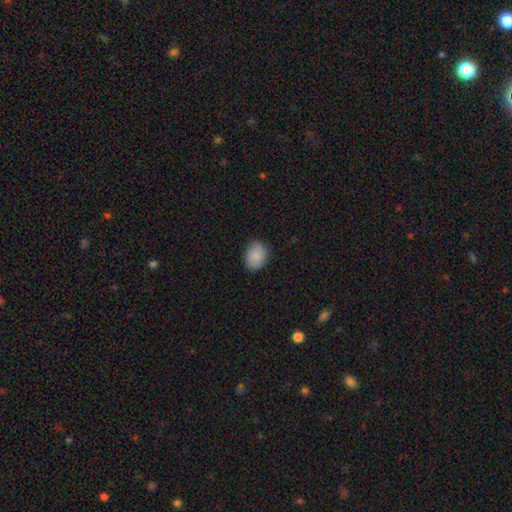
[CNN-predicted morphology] type=smooth (88%); roundness=in between (58%); merging=none (84%).